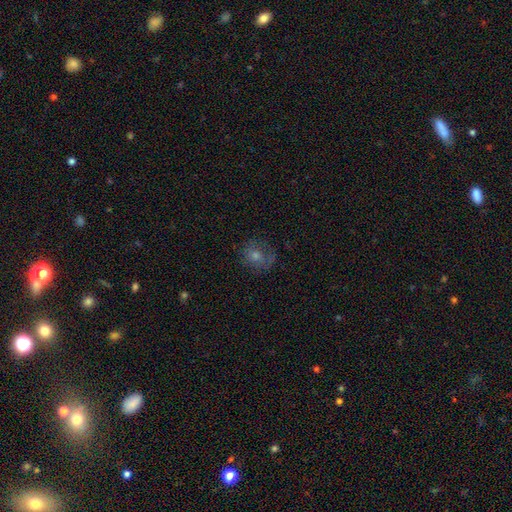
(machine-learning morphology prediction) smooth_or_featured: smooth (p=0.49) [alt: featured or disk p=0.31]
merging: none (p=0.69) [alt: minor disturbance p=0.19]